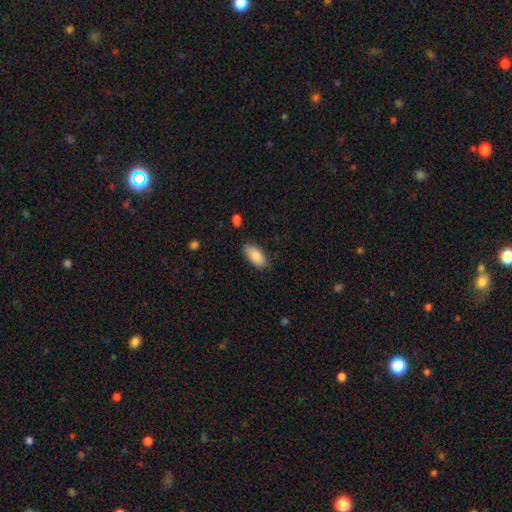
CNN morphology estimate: Smooth or featured?
  - smooth: 87% *
  - featured or disk: 7%
  - star or artifact: 6%
How rounded?
  - in between: 91% *
  - cigar-shaped: 7%
  - round: 2%
Merging?
  - none: 83% *
  - minor disturbance: 12%
  - major disturbance: 3%
  - merger: 2%